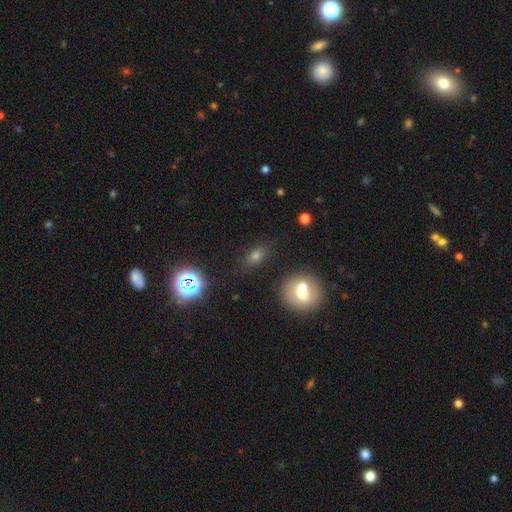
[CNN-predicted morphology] Smooth or featured? smooth (64%)
How rounded? in between (69%)
Merging? none (77%)